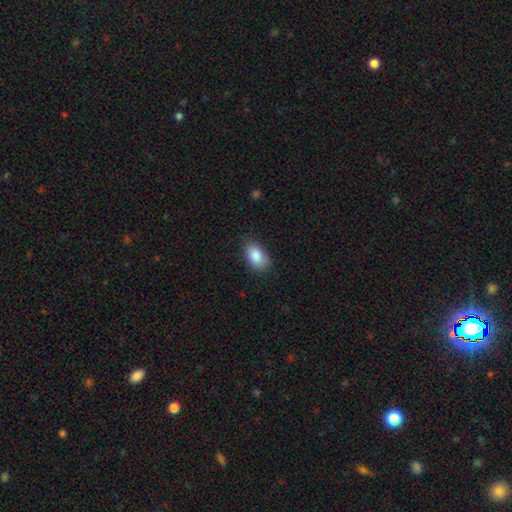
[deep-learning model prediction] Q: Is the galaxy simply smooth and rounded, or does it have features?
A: smooth — 87%.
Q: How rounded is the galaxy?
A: in between — 90%.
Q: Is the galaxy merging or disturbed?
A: none — 76%.